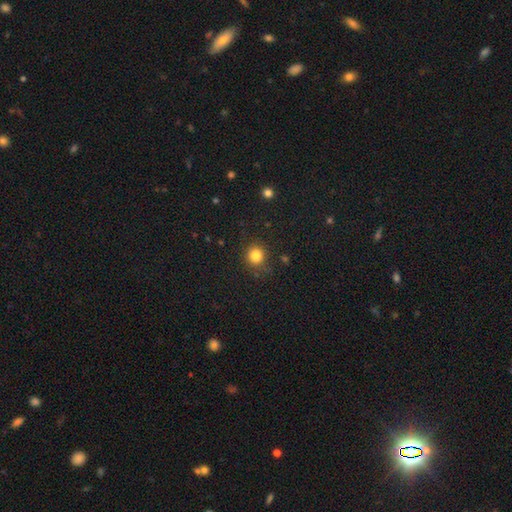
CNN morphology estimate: type=smooth (83%); roundness=round (91%); merging=none (85%).